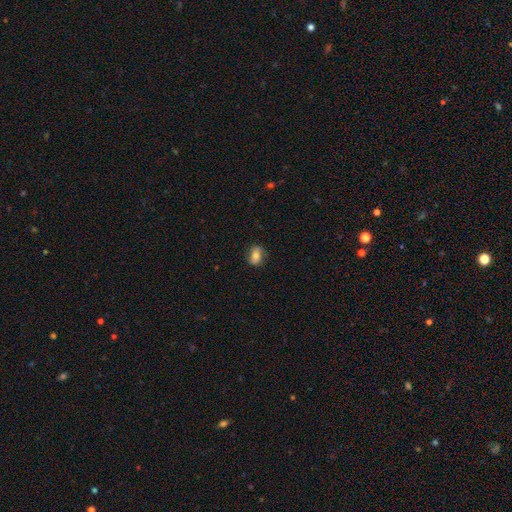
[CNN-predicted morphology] This appears to be a smooth galaxy with no disk features (64%) that is in between round and cigar-shaped (74%). Merging: none (79%).